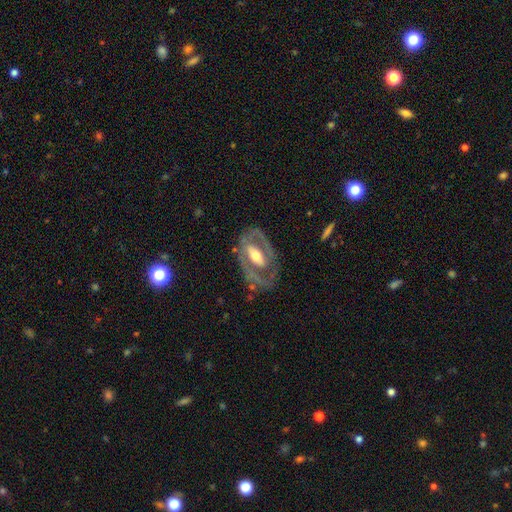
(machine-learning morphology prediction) Smooth or featured? featured or disk (77%)
Edge-on disk? no (91%)
Bar? strong (41%)
Spiral arms? yes (54%)
Bulge size? moderate (66%)
Merging? none (67%)